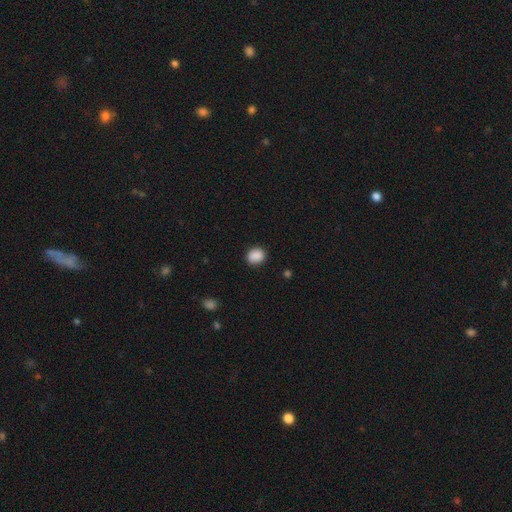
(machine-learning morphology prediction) A smooth galaxy with no disk features (89%) that is round (66%).

Vote fractions:
- Smooth or featured? smooth: 89% / star or artifact: 8% / featured or disk: 3%
- How rounded? round: 66% / in between: 33% / cigar-shaped: 1%
- Merging? none: 87% / minor disturbance: 9% / major disturbance: 2% / merger: 1%